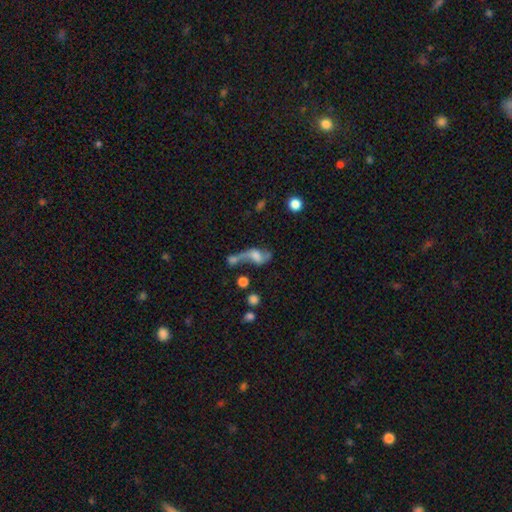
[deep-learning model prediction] Smooth or featured: featured or disk — 60% (smooth — 28%)
Edge-on disk: no — 93% (yes — 7%)
Bar: no — 51% (weak — 37%)
Spiral arms: yes — 79% (no — 21%)
Bulge size: moderate — 33% (none — 23%)
Merging: merger — 43% (none — 25%)